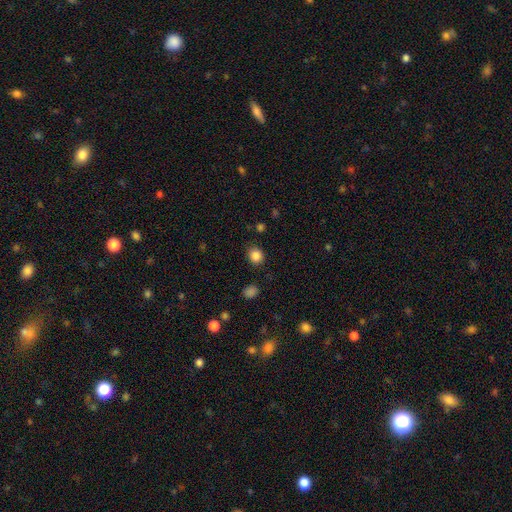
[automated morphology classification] type=smooth (86%); roundness=round (79%); merging=none (87%).